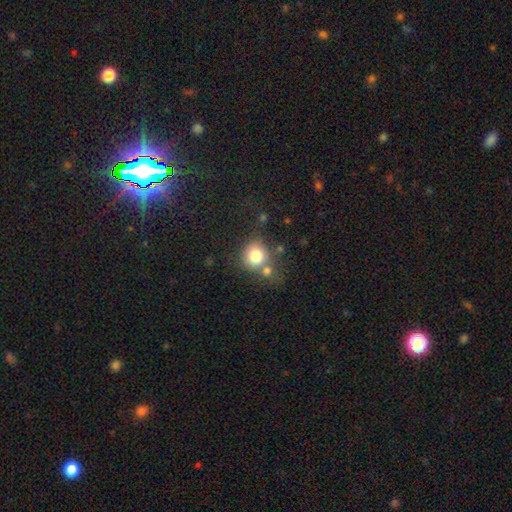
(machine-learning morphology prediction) Smooth or featured? Predicted: smooth (p=0.80). How rounded? Predicted: round (p=0.85). Merging? Predicted: none (p=0.54).